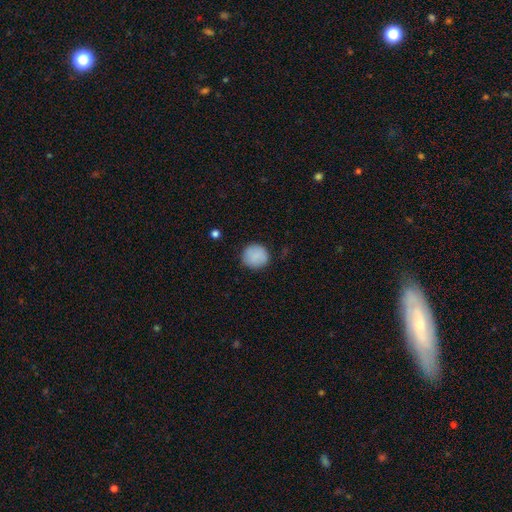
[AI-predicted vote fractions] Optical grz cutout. It shows a smooth galaxy with no disk features (88%) that is round (92%). Merging: none (86%).